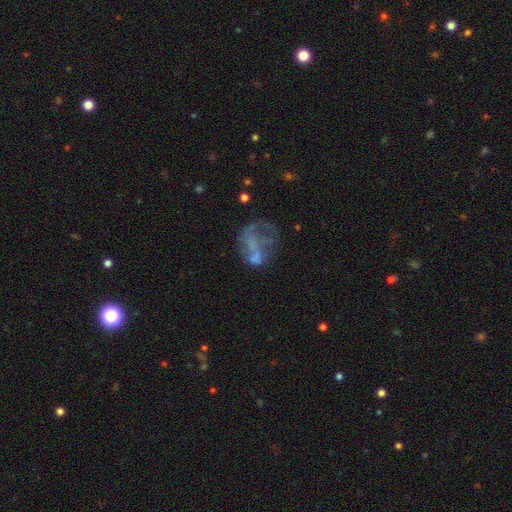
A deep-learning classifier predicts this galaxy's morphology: Q: Smooth or featured?
A: featured or disk (55%); runner-up: smooth (29%)
Q: Edge-on disk?
A: no (98%); runner-up: yes (2%)
Q: Bar?
A: no (84%); runner-up: weak (12%)
Q: Spiral arms?
A: no (79%); runner-up: yes (21%)
Q: Bulge size?
A: none (75%); runner-up: small (11%)
Q: Merging?
A: major disturbance (37%); runner-up: none (33%)